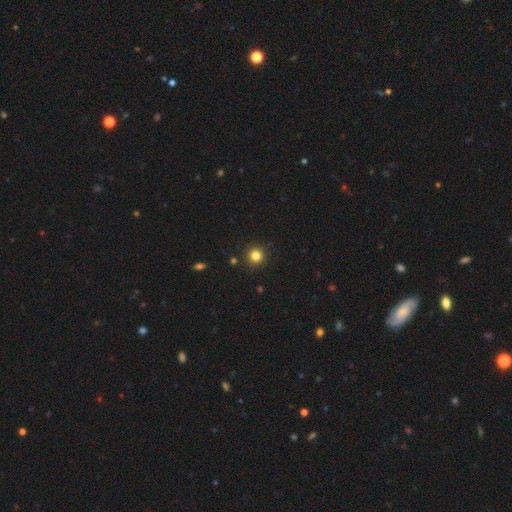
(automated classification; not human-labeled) Smooth or featured? Predicted: smooth (p=0.82). How rounded? Predicted: round (p=0.94). Merging? Predicted: none (p=0.90).